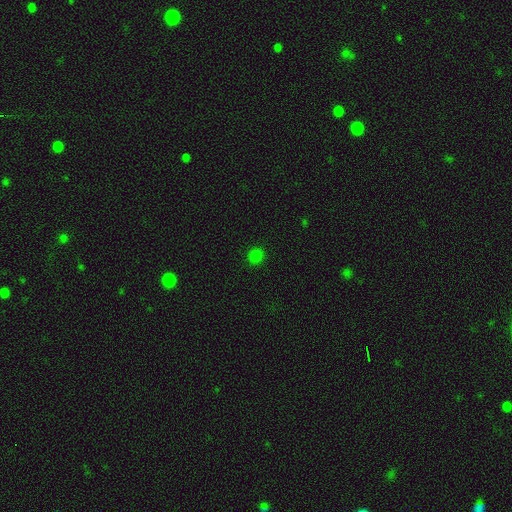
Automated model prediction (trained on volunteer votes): The model was most divided on "smooth or featured": smooth: 80%, star or artifact: 17%, featured or disk: 3%. More confident: merging — none (91%); how rounded — round (88%).